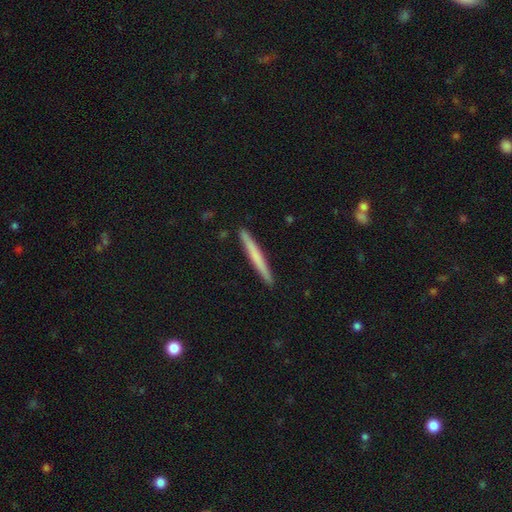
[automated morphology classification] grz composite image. It shows a smooth galaxy with no disk features (61%) that is cigar-shaped (97%). Merging: none (92%).